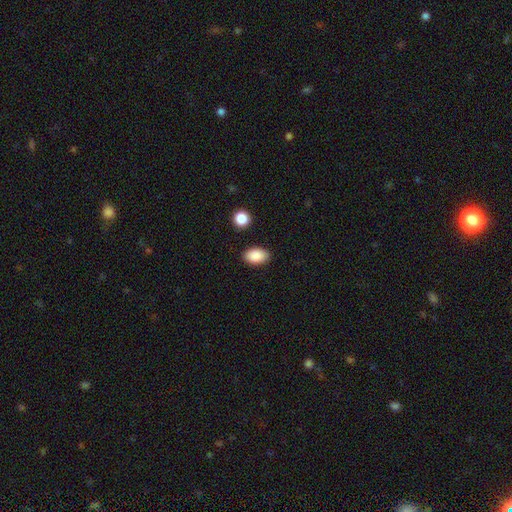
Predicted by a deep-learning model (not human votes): Smooth or featured: smooth — 89% (star or artifact — 8%)
How rounded: in between — 91% (round — 8%)
Merging: none — 87% (minor disturbance — 9%)